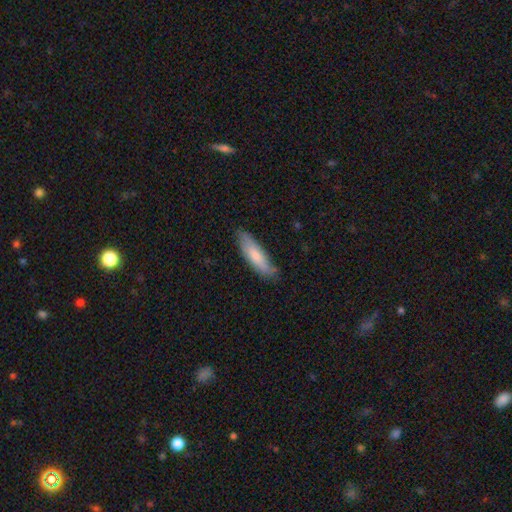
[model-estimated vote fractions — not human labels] smooth 76%, featured or disk 19%, star or artifact 5%. Down the decision tree: how rounded — cigar-shaped (58%); merging — none (76%).